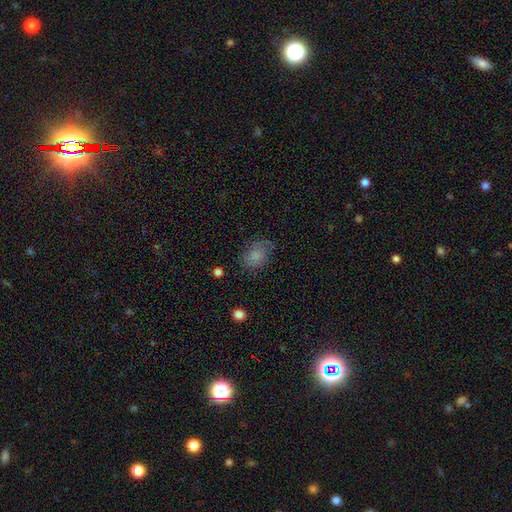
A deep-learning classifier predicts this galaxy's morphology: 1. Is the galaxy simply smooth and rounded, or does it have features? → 74% smooth, 15% featured or disk, 11% star or artifact.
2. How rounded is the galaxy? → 67% in between, 32% round, 1% cigar-shaped.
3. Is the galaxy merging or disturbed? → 60% none, 27% minor disturbance, 12% major disturbance, 2% merger.